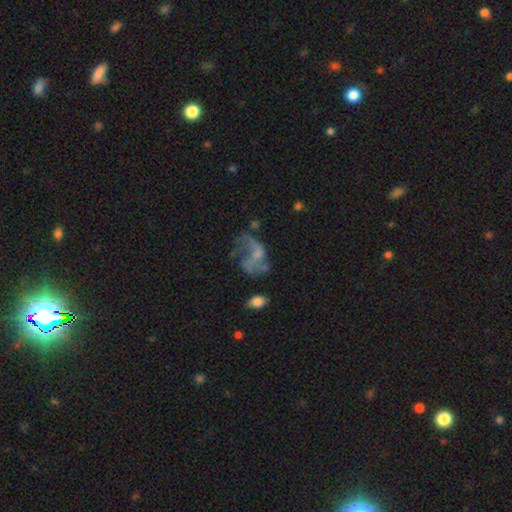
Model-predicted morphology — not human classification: This is likely a featured or disk galaxy (61%). It is clearly not viewed edge-on (97%). Bar: likely no (68%). Spiral arm pattern: possibly no (50%, tied with yes). Central bulge: possibly none (50%). Merging: marginally major disturbance (44%).